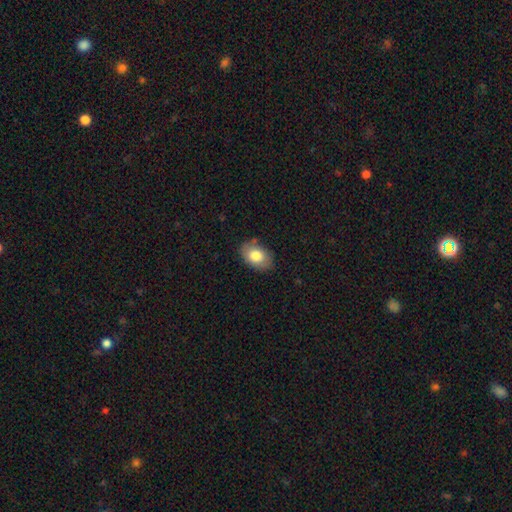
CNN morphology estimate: Q: Smooth or featured?
A: smooth (80%); runner-up: featured or disk (13%)
Q: How rounded?
A: in between (87%); runner-up: round (12%)
Q: Merging?
A: none (81%); runner-up: minor disturbance (14%)